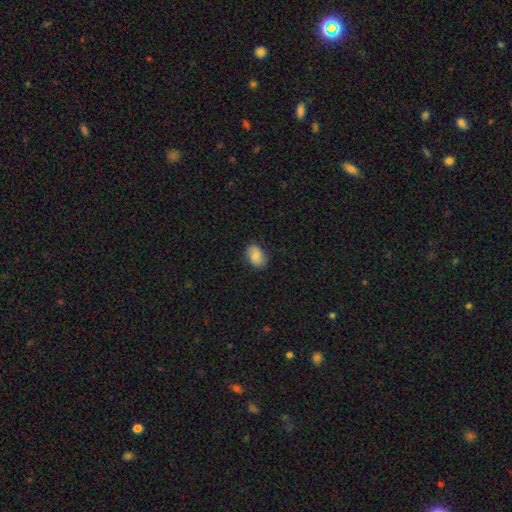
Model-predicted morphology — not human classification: This appears to be a smooth galaxy with no disk features (77%) that is in between round and cigar-shaped (83%). Merging: none (80%).